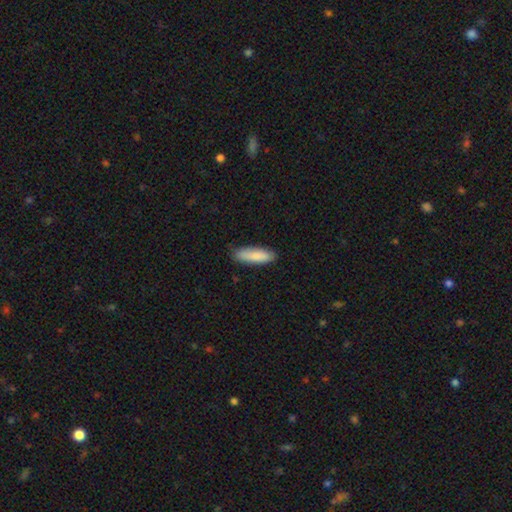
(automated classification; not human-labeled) Smooth or featured? Predicted: smooth (p=0.86). How rounded? Predicted: cigar-shaped (p=0.55). Merging? Predicted: none (p=0.80).